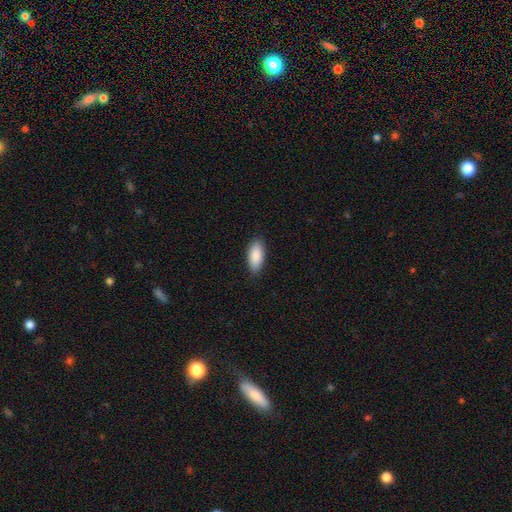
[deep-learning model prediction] Overall: smooth (90%). How rounded: in between (89%). Merging: none (87%).